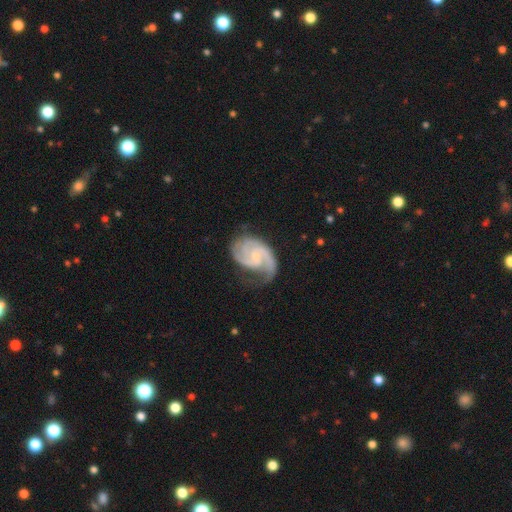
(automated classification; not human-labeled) The model was most divided on "bar": no: 51%, weak: 41%, strong: 7%. Remaining: edge-on disk — no (98%); spiral arms — yes (98%); smooth or featured — featured or disk (90%); bulge size — small (65%); spiral arm count — 2 (63%); merging — none (60%); spiral winding — medium (50%).